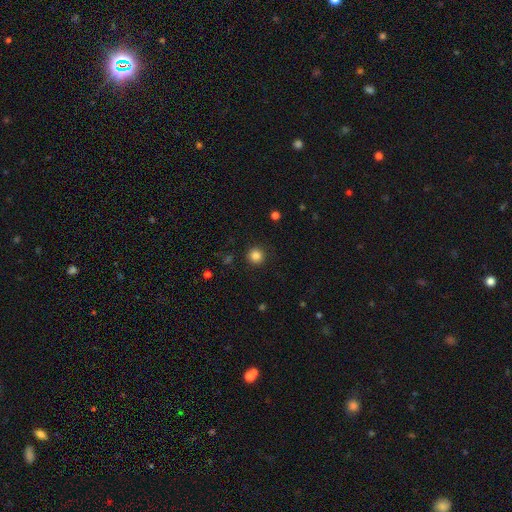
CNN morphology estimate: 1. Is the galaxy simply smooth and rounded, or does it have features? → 85% smooth, 11% star or artifact, 4% featured or disk.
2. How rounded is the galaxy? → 95% round, 4% in between, 1% cigar-shaped.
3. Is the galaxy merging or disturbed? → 91% none, 5% minor disturbance, 2% major disturbance, 1% merger.